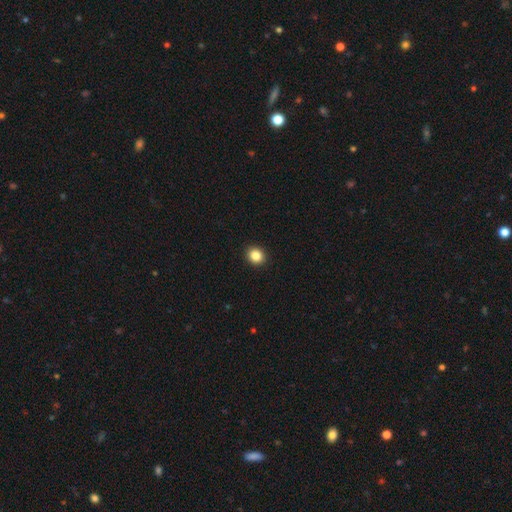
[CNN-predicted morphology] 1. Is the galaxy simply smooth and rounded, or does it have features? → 86% smooth, 10% star or artifact, 4% featured or disk.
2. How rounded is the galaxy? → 78% round, 21% in between, 1% cigar-shaped.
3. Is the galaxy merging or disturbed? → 93% none, 5% minor disturbance, 2% major disturbance, 1% merger.